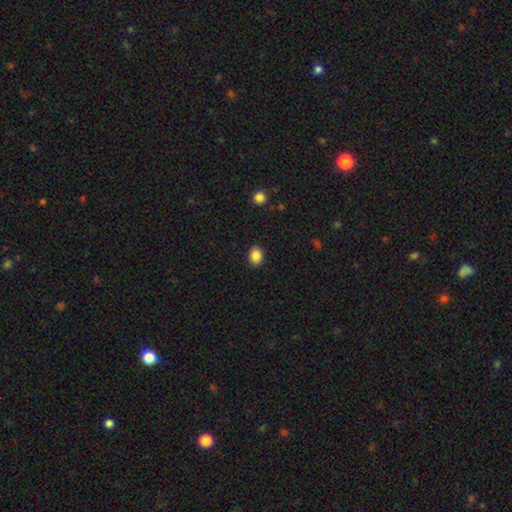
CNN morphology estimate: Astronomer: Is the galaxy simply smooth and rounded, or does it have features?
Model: smooth — 87%.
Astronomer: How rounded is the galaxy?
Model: in between — 56% (runner-up: round, 43%).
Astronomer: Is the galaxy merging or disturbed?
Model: none — 90%.